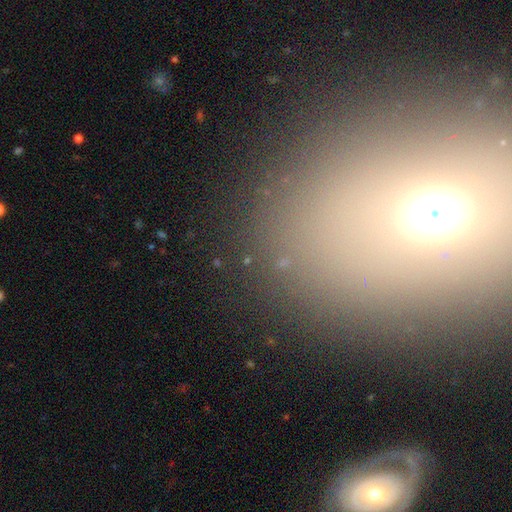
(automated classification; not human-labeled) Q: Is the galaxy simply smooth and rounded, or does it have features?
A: smooth — 40%.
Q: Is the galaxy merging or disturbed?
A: none — 75%.